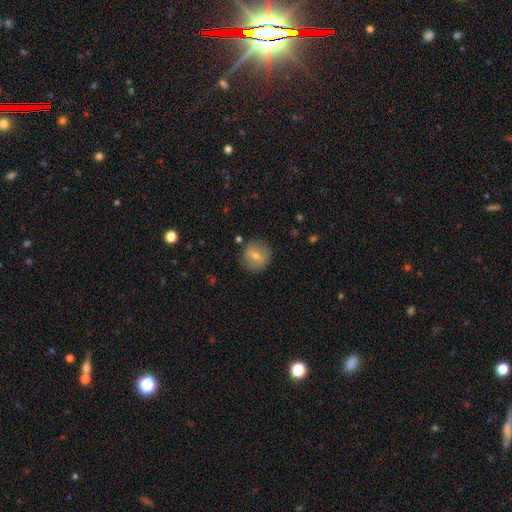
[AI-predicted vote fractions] smooth_or_featured: smooth (p=0.67) [alt: featured or disk p=0.25]
how_rounded: round (p=0.90) [alt: in between p=0.09]
merging: none (p=0.84) [alt: minor disturbance p=0.10]